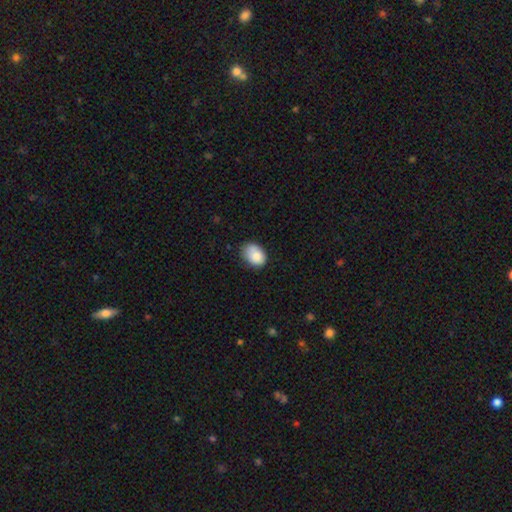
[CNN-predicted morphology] Overall: smooth (85%). How rounded: in between (74%). Merging: none (59%; minor disturbance 31%).